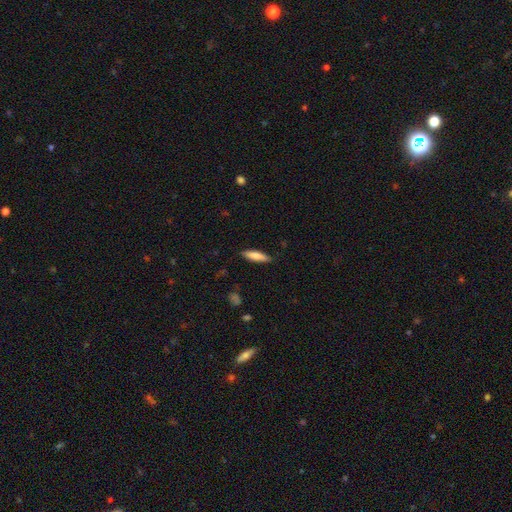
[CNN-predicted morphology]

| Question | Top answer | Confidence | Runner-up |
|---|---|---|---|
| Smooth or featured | smooth | 81% | featured or disk (13%) |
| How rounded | cigar-shaped | 65% | in between (34%) |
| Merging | none | 86% | minor disturbance (11%) |